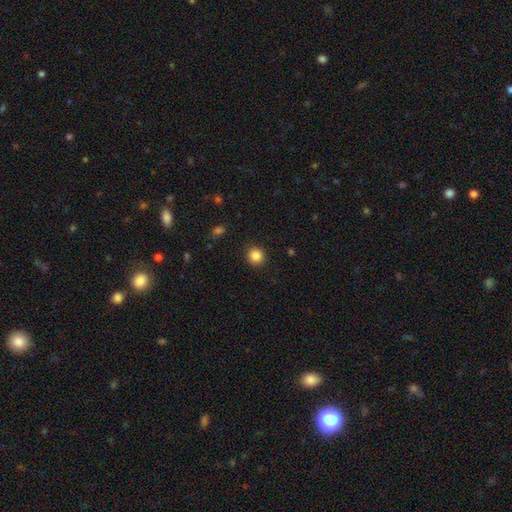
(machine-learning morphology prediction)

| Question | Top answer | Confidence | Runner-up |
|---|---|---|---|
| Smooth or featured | smooth | 85% | star or artifact (11%) |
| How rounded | round | 91% | in between (8%) |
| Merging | none | 91% | minor disturbance (6%) |